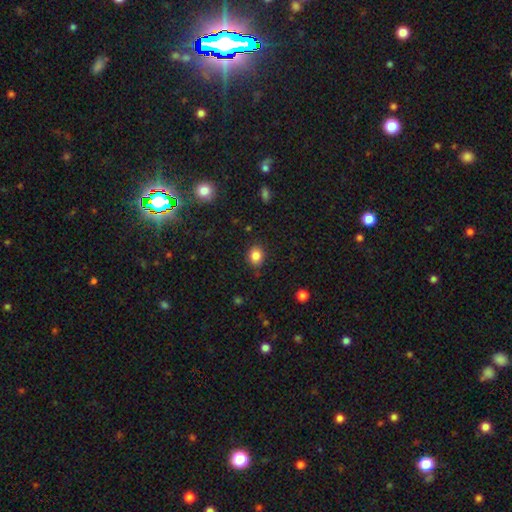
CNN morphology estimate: This appears to be a smooth galaxy with no disk features (85%) that is round (59%). Merging: none (85%).